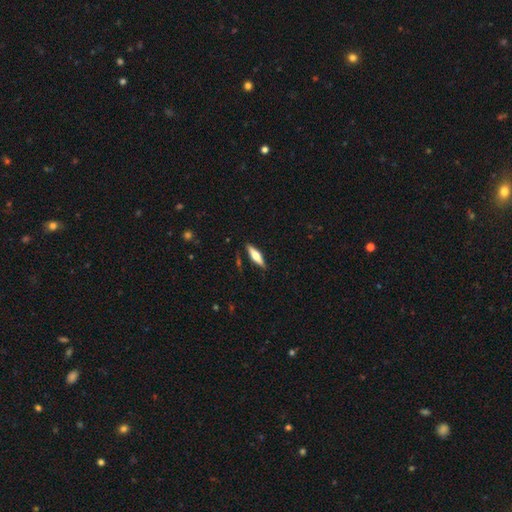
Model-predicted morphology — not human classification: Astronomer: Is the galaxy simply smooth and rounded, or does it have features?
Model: smooth — 50% (runner-up: featured or disk, 44%).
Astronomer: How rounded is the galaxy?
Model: cigar-shaped — 64%.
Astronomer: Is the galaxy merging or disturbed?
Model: none — 87%.